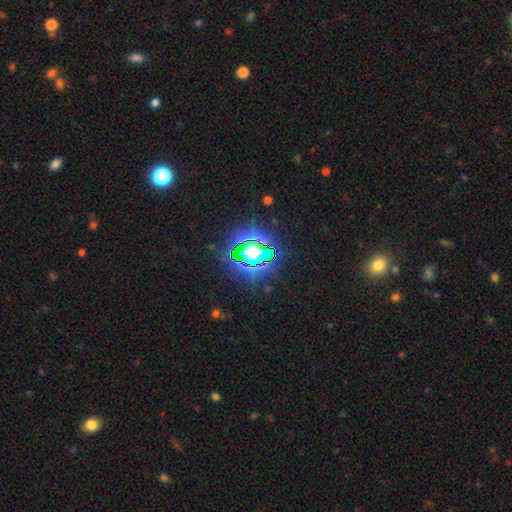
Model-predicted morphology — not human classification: smooth-or-featured: star or artifact: 70% | smooth: 20% | featured or disk: 11%